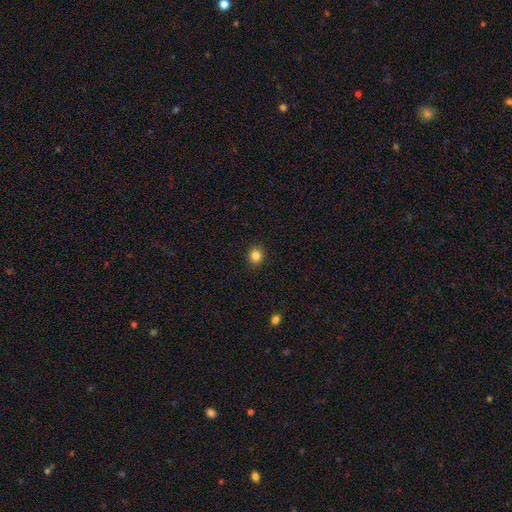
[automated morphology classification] Smooth or featured: smooth — 84% (star or artifact — 12%)
How rounded: round — 86% (in between — 13%)
Merging: none — 92% (minor disturbance — 5%)